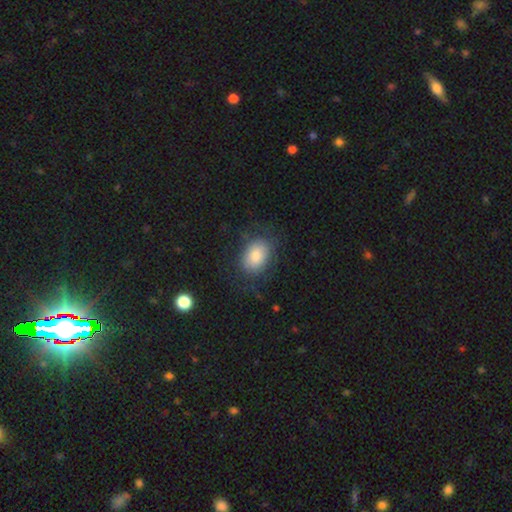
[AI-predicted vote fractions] Smooth or featured? smooth (79%)
How rounded? in between (79%)
Merging? none (75%)